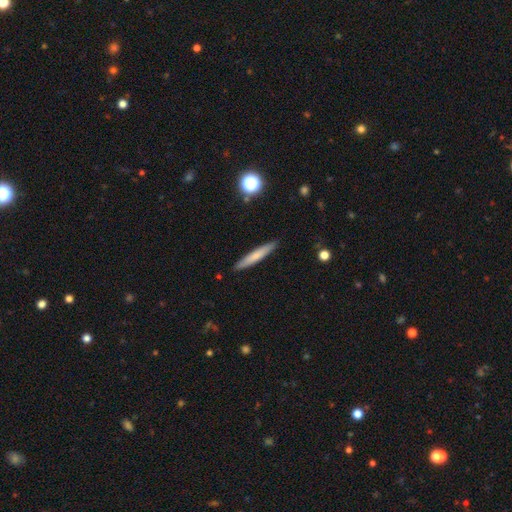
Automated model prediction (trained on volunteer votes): The model was most divided on "smooth or featured": smooth: 69%, featured or disk: 24%, star or artifact: 7%. More confident: how rounded — cigar-shaped (94%); merging — none (90%).